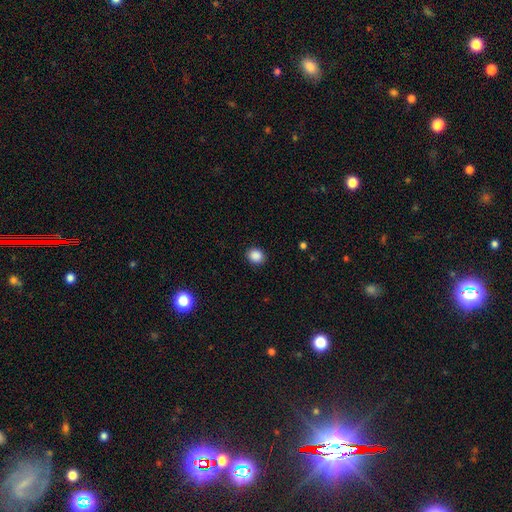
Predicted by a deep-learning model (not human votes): A smooth galaxy with no disk features (88%) that is round (72%).

Vote fractions:
- Smooth or featured? smooth: 88% / star or artifact: 10% / featured or disk: 3%
- How rounded? round: 72% / in between: 28% / cigar-shaped: 1%
- Merging? none: 90% / minor disturbance: 7% / major disturbance: 2% / merger: 1%